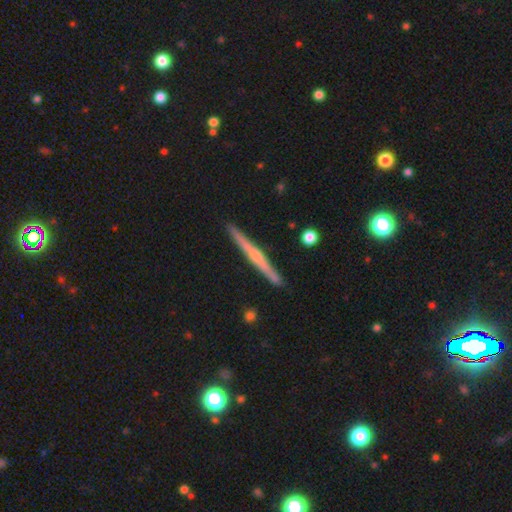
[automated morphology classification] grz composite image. It shows a featured or disk galaxy (66%) viewed edge-on (98%) with a rounded central bulge (53%). Merging: none (91%).